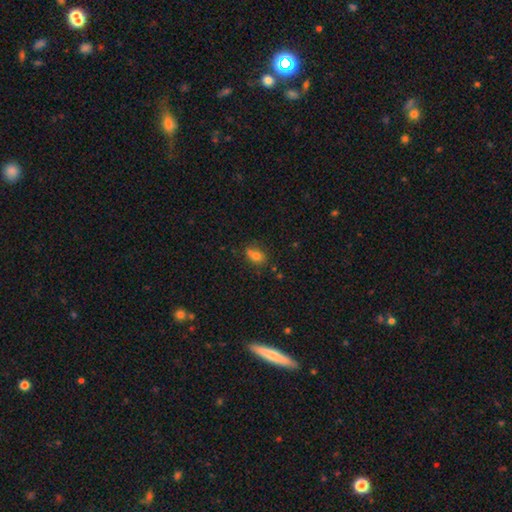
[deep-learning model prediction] Smooth or featured: smooth — 74% (star or artifact — 14%)
How rounded: in between — 64% (round — 34%)
Merging: none — 50% (merger — 27%)